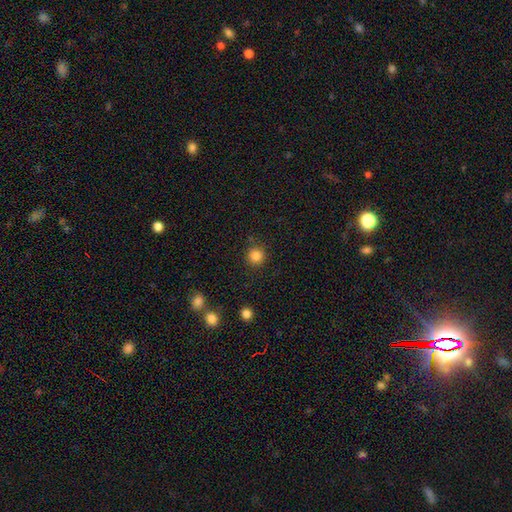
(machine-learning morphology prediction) smooth-or-featured: smooth: 84% | star or artifact: 12% | featured or disk: 4%
  how-rounded: round: 94% | in between: 5% | cigar-shaped: 1%
  merging: none: 87% | minor disturbance: 8% | major disturbance: 3% | merger: 2%